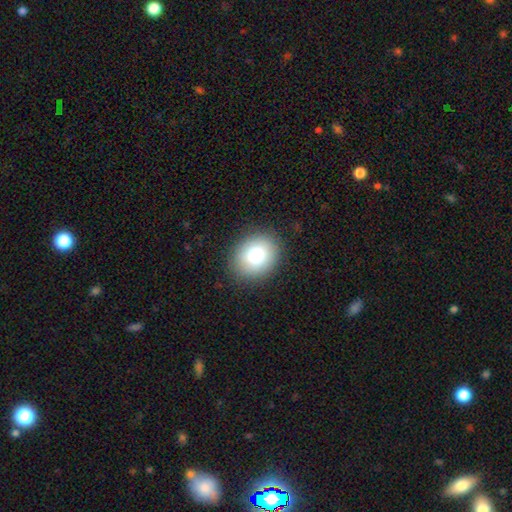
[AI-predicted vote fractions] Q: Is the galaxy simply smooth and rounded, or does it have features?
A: smooth — 79%.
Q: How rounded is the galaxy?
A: round — 59%.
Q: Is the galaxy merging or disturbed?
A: none — 88%.